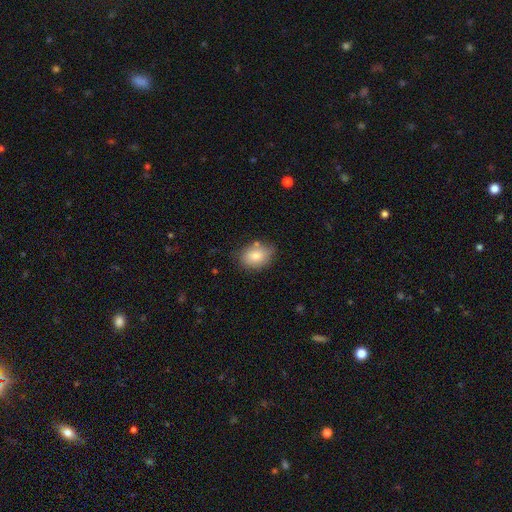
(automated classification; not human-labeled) Smooth or featured: smooth — 81% (featured or disk — 11%)
How rounded: in between — 73% (round — 26%)
Merging: none — 71% (minor disturbance — 19%)